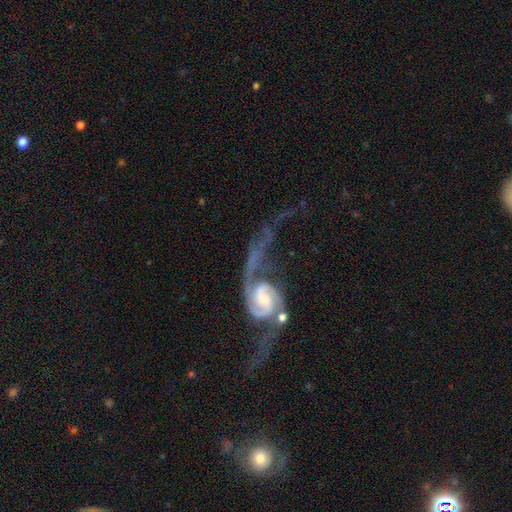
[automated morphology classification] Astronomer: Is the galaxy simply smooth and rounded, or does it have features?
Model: featured or disk — 91%.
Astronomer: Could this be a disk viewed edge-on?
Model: no — 97%.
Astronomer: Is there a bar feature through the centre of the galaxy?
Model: weak — 43% (runner-up: no, 40%).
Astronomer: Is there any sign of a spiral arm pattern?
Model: yes — 97%.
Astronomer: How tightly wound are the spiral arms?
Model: loose — 50% (runner-up: medium, 36%).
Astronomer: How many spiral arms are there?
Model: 2 — 90%.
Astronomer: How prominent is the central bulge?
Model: small — 42% (runner-up: moderate, 41%).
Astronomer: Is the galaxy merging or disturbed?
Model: none — 39% (runner-up: major disturbance, 33%).